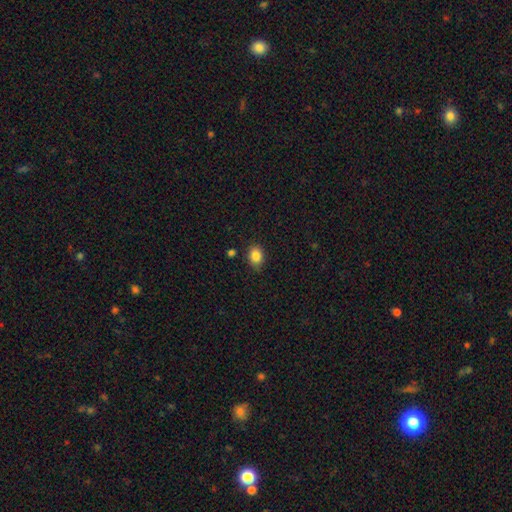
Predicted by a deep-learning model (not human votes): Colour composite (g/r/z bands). It shows a smooth galaxy with no disk features (85%) that is in between round and cigar-shaped (58%). Merging: none (80%).